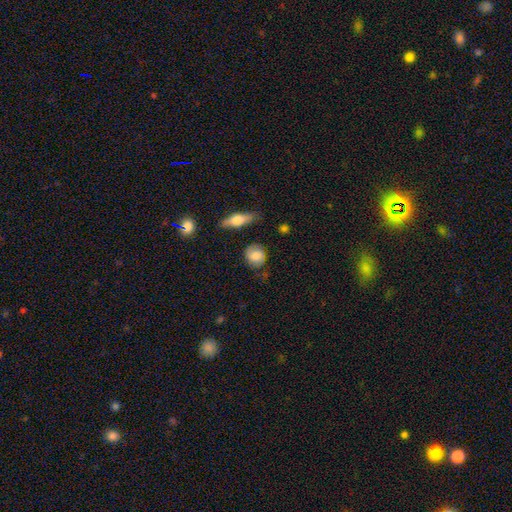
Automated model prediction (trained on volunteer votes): Overall: smooth (58%; featured or disk 35%). How rounded: round (67%; in between 31%). Merging: none (73%).